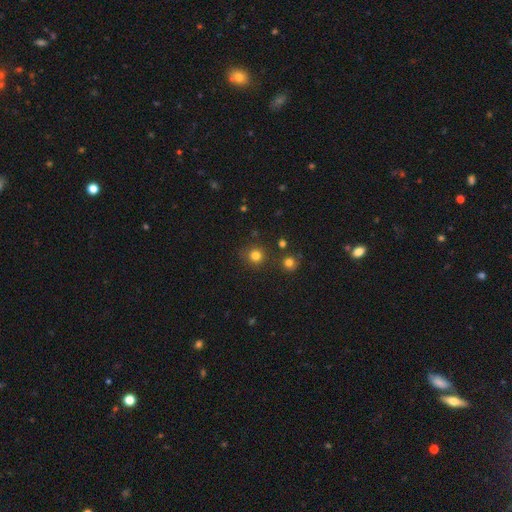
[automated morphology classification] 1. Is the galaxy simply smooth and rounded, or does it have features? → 80% smooth, 15% star or artifact, 5% featured or disk.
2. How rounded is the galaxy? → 92% round, 7% in between, 1% cigar-shaped.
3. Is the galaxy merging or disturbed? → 83% none, 9% minor disturbance, 5% merger, 3% major disturbance.